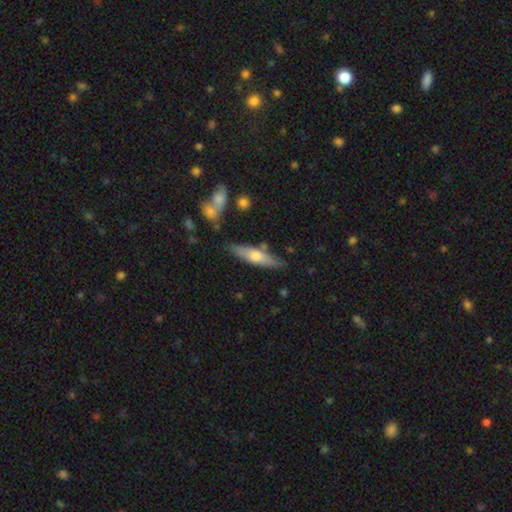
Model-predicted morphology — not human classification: This appears to be a smooth galaxy with no disk features (56%) that is cigar-shaped (70%). Merging: none (78%).